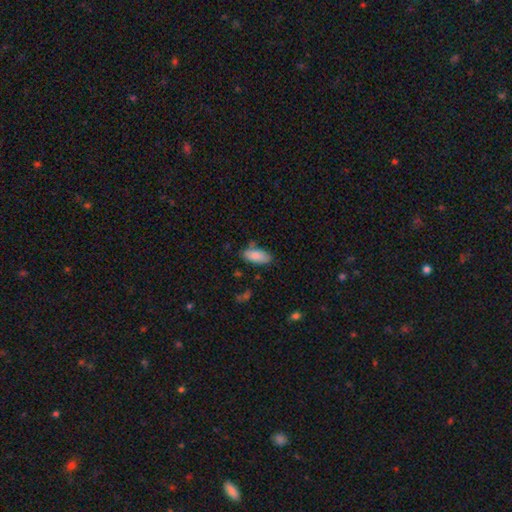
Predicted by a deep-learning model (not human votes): Morphology: type=smooth (86%); roundness=in between (87%); merging=none (70%).